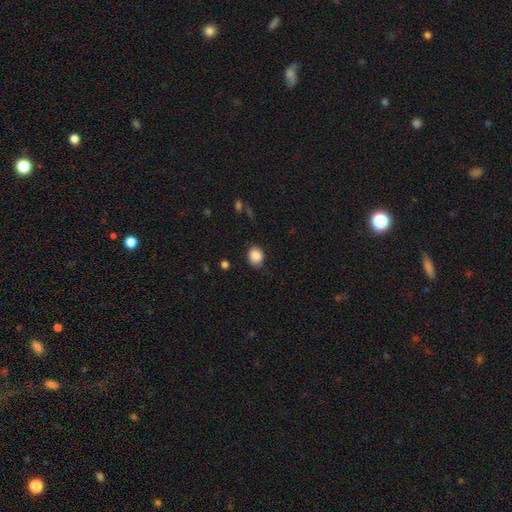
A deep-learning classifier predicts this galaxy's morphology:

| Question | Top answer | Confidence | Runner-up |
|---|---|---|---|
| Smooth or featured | smooth | 88% | star or artifact (8%) |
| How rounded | round | 56% | in between (43%) |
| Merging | none | 74% | minor disturbance (20%) |